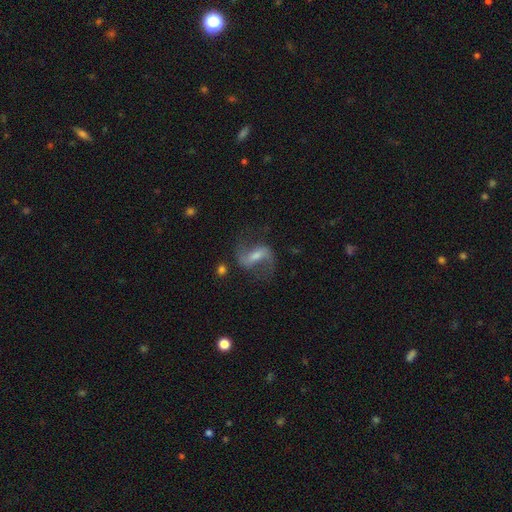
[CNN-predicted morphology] Smooth or featured: featured or disk — 81% (smooth — 11%)
Edge-on disk: no — 95% (yes — 5%)
Bar: strong — 44% (weak — 41%)
Spiral arms: yes — 94% (no — 6%)
Spiral winding: loose — 56% (medium — 36%)
Spiral arm count: 2 — 91% (can't tell — 3%)
Bulge size: moderate — 42% (small — 41%)
Merging: none — 71% (minor disturbance — 15%)